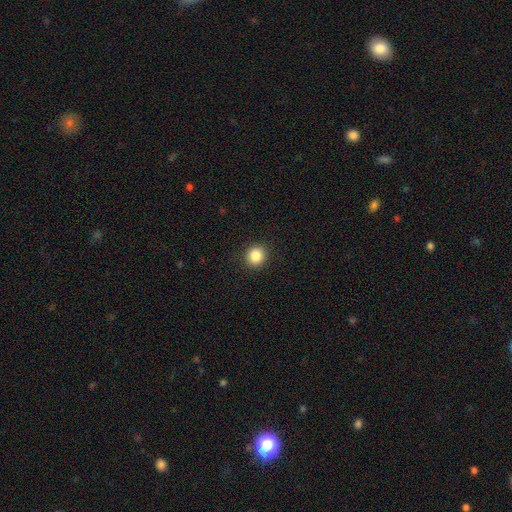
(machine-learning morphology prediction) Smooth or featured? Predicted: smooth (p=0.86). How rounded? Predicted: round (p=0.89). Merging? Predicted: none (p=0.92).